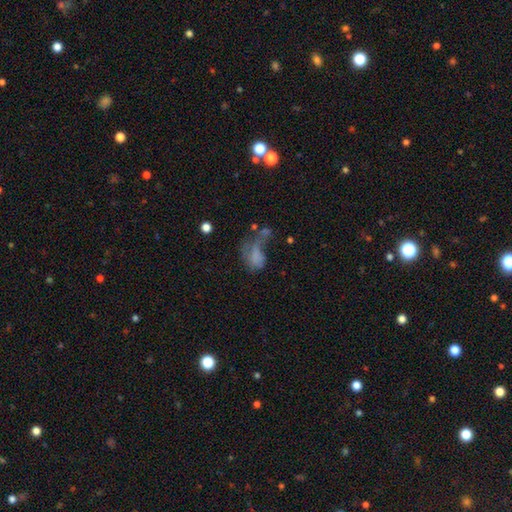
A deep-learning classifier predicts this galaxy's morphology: This is possibly a smooth galaxy (54%). How rounded: clearly in between (82%). Merging: possibly major disturbance (51%).